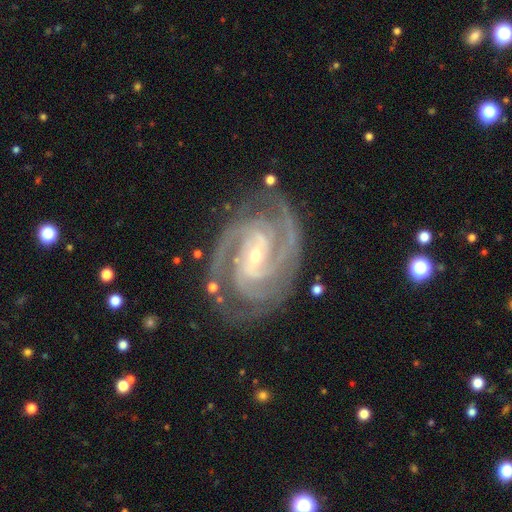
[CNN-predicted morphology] Smooth or featured? featured or disk (93%)
Edge-on disk? no (98%)
Bar? weak (39%)
Spiral arms? yes (99%)
Spiral winding? tight (67%)
Spiral arm count? 2 (38%)
Bulge size? small (69%)
Merging? none (77%)